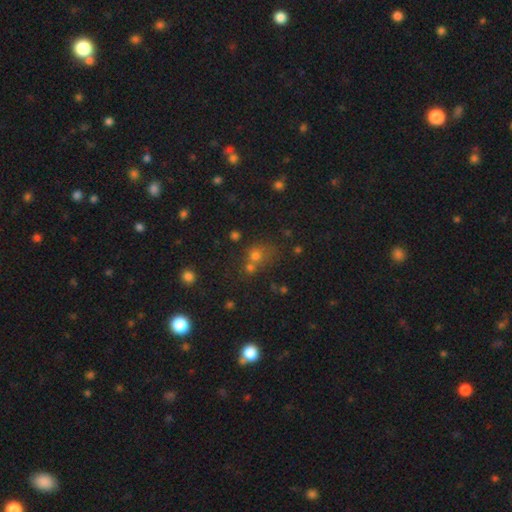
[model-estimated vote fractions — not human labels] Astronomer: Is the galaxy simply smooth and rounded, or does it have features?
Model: smooth — 64%.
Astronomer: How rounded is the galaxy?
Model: round — 79%.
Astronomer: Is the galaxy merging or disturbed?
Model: none — 47% (runner-up: merger, 37%).